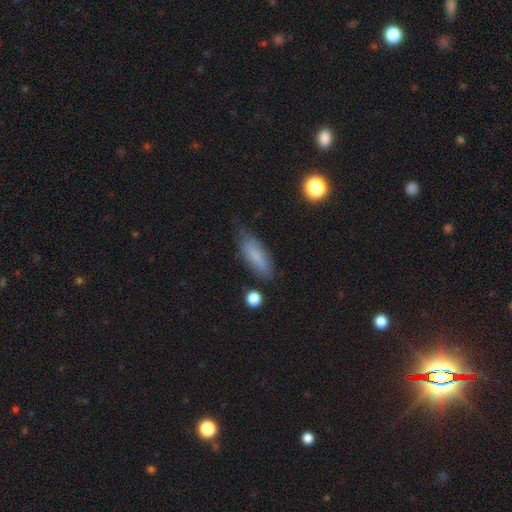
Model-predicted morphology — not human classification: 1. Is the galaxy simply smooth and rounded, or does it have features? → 75% smooth, 17% featured or disk, 8% star or artifact.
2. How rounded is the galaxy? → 63% in between, 35% cigar-shaped, 2% round.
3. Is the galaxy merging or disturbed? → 65% none, 26% minor disturbance, 6% major disturbance, 3% merger.